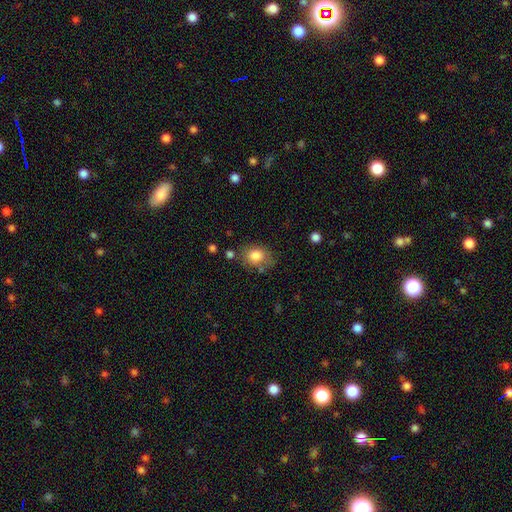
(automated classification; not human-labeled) A smooth galaxy with no disk features (81%) that is in between round and cigar-shaped (54%). Merging: none (64%).